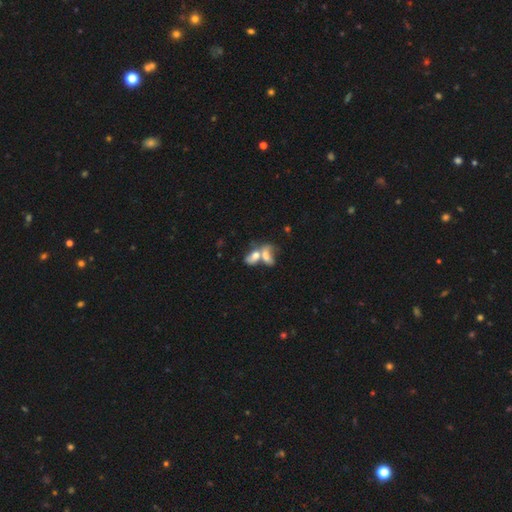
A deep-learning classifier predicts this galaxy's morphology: Q: Smooth or featured?
A: smooth (62%); runner-up: featured or disk (28%)
Q: How rounded?
A: in between (82%); runner-up: round (12%)
Q: Merging?
A: merger (73%); runner-up: none (14%)